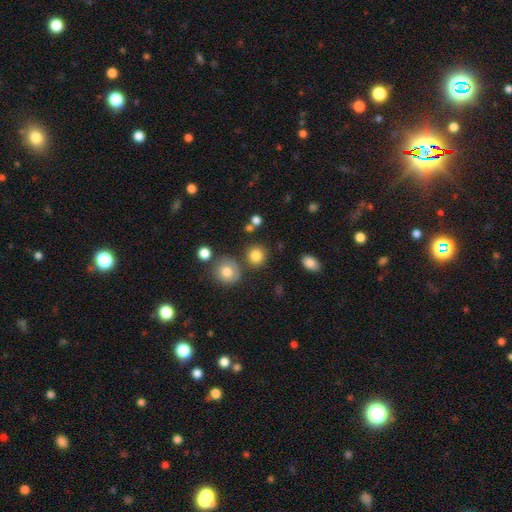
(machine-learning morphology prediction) smooth_or_featured: smooth (p=0.83) [alt: star or artifact p=0.11]
how_rounded: round (p=0.89) [alt: in between p=0.10]
merging: none (p=0.81) [alt: minor disturbance p=0.09]